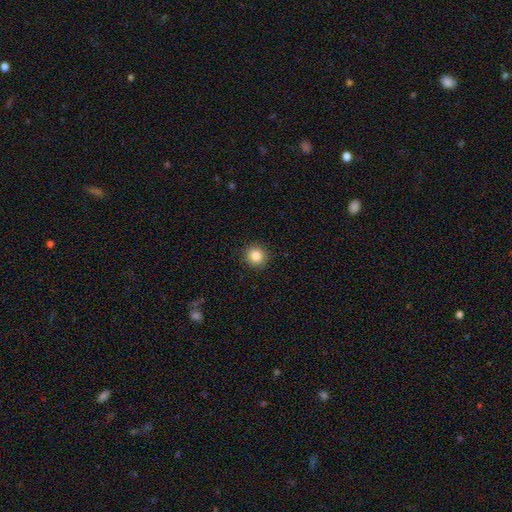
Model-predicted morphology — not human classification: The model was most divided on "smooth or featured": smooth: 85%, star or artifact: 10%, featured or disk: 5%. More confident: how rounded — round (91%); merging — none (91%).